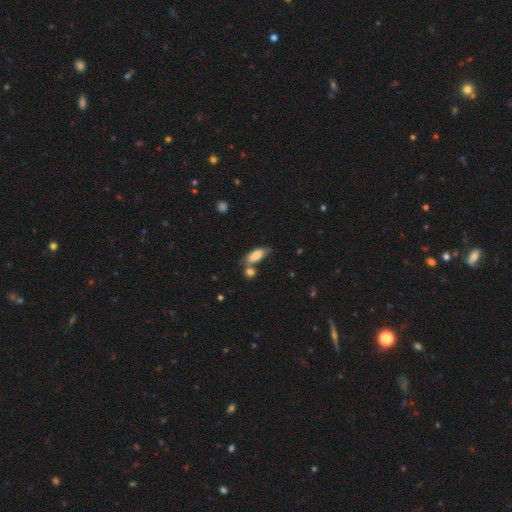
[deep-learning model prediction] Smooth or featured? smooth (80%)
How rounded? in between (79%)
Merging? none (50%)